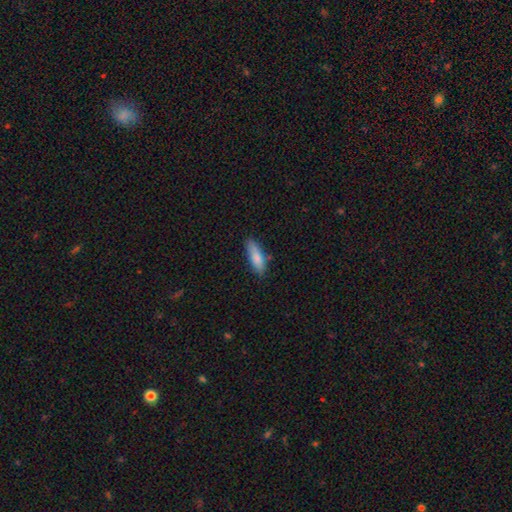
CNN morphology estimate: Smooth or featured: smooth — 76% (featured or disk — 16%)
How rounded: cigar-shaped — 60% (in between — 38%)
Merging: none — 82% (minor disturbance — 14%)